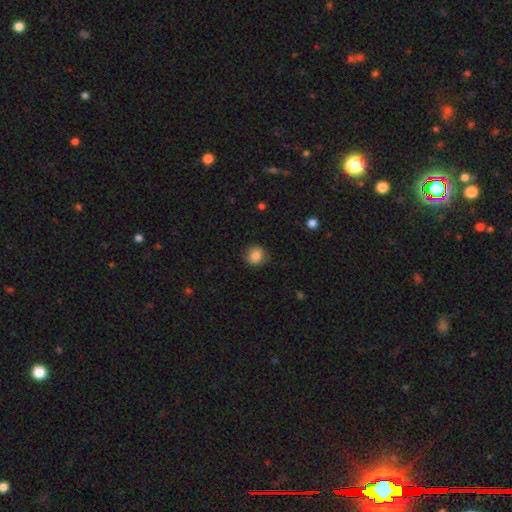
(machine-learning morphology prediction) This is clearly a smooth galaxy (86%). How rounded: clearly round (83%). Merging: clearly none (84%).